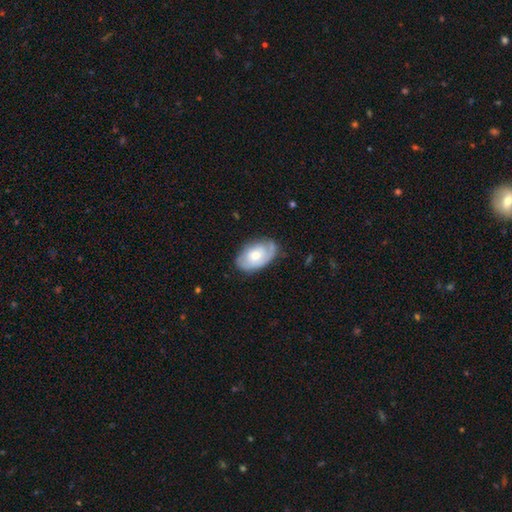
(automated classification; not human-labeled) This is possibly a featured or disk galaxy (48%). Merging: likely none (65%).